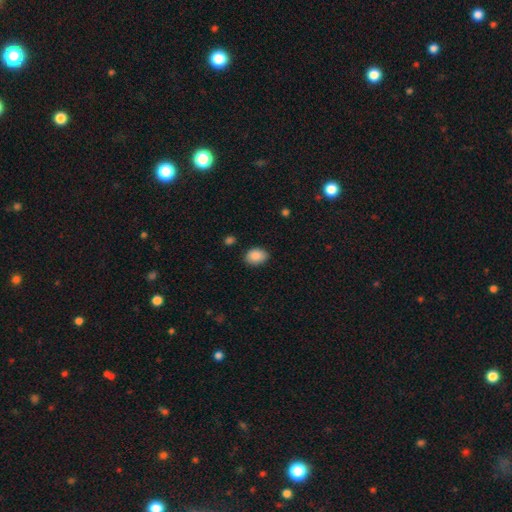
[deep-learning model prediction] Smooth or featured? smooth (89%)
How rounded? in between (73%)
Merging? none (81%)